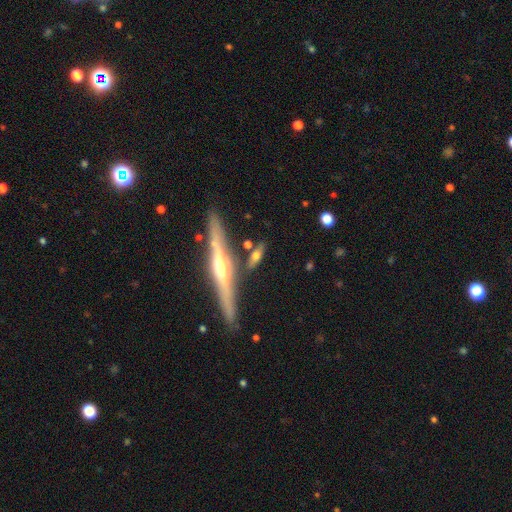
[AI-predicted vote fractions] Morphology: type=featured or disk (50%); edge-on=yes (89%); merging=none (72%).